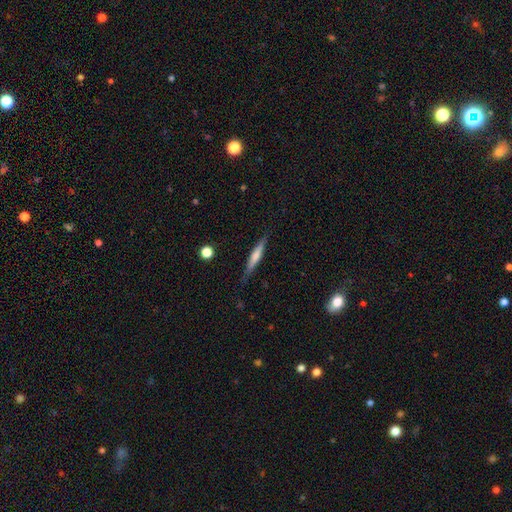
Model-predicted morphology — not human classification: smooth_or_featured: smooth (p=0.52) [alt: featured or disk p=0.42]
how_rounded: cigar-shaped (p=0.92) [alt: in between p=0.07]
merging: none (p=0.83) [alt: minor disturbance p=0.13]